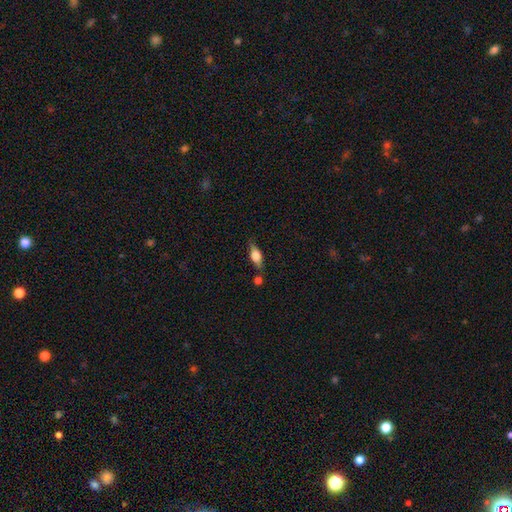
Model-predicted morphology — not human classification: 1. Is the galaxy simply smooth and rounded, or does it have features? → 57% smooth, 36% featured or disk, 8% star or artifact.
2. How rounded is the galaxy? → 69% in between, 25% cigar-shaped, 6% round.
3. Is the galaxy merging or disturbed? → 69% none, 16% minor disturbance, 10% merger, 4% major disturbance.